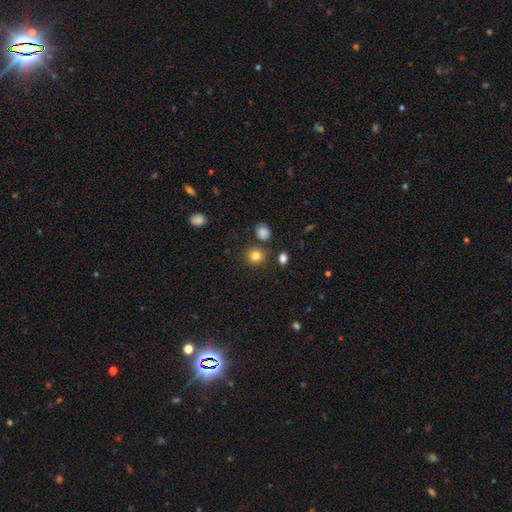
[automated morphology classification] smooth_or_featured: smooth (p=0.82) [alt: star or artifact p=0.12]
how_rounded: round (p=0.86) [alt: in between p=0.13]
merging: none (p=0.81) [alt: minor disturbance p=0.08]